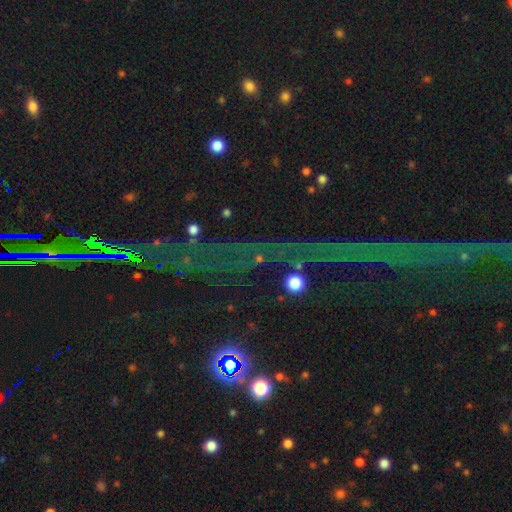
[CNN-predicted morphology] A star or artifact, not a galaxy (82%).